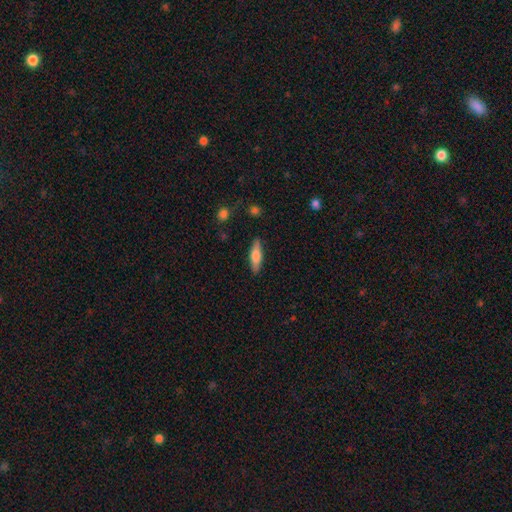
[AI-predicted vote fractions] smooth 67%, featured or disk 27%, star or artifact 6%. Down the decision tree: how rounded — cigar-shaped (61%); merging — none (86%).